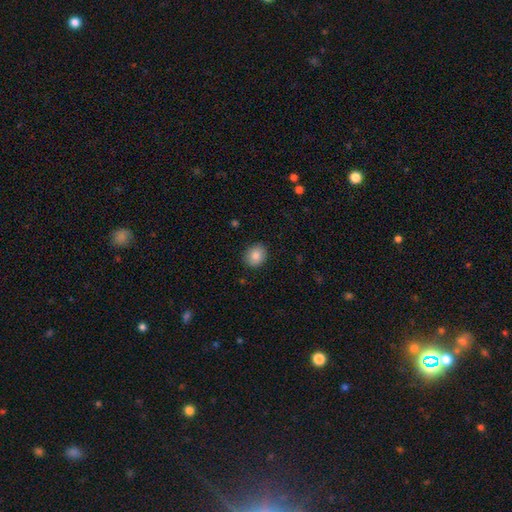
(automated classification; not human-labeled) Overall: smooth (86%). How rounded: round (70%). Merging: none (88%).